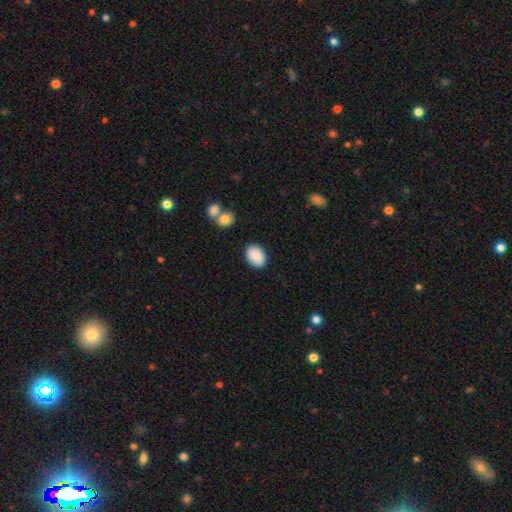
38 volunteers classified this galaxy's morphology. Smooth or featured? 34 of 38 (89%) said smooth. How rounded? 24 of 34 (71%) said in between. Merging? 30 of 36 (83%) said none.